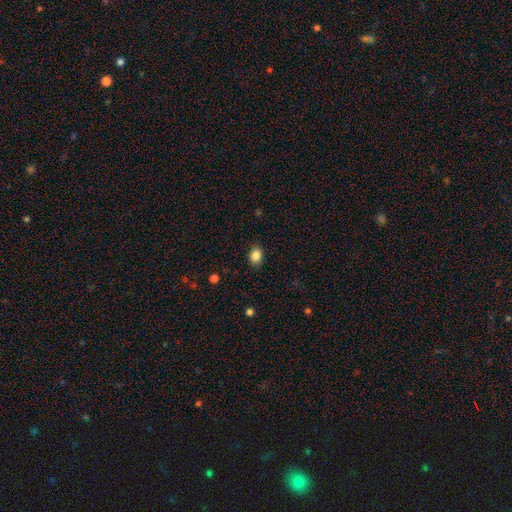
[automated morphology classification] Smooth or featured: smooth — 86% (star or artifact — 10%)
How rounded: in between — 60% (round — 39%)
Merging: none — 88% (minor disturbance — 9%)